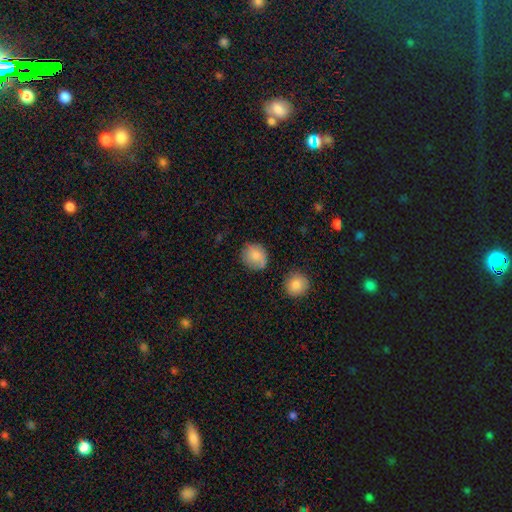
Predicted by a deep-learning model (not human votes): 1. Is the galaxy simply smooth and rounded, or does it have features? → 82% smooth, 10% featured or disk, 8% star or artifact.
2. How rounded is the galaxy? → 81% round, 18% in between, 1% cigar-shaped.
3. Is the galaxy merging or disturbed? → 74% none, 19% minor disturbance, 4% major disturbance, 3% merger.